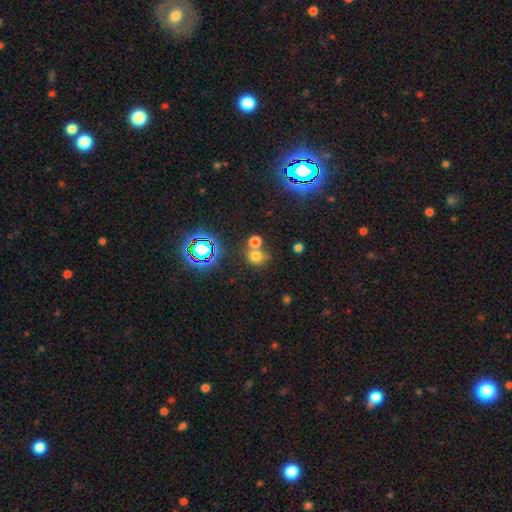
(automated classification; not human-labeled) Smooth or featured: smooth — 66% (star or artifact — 25%)
How rounded: round — 74% (in between — 25%)
Merging: none — 49% (merger — 38%)